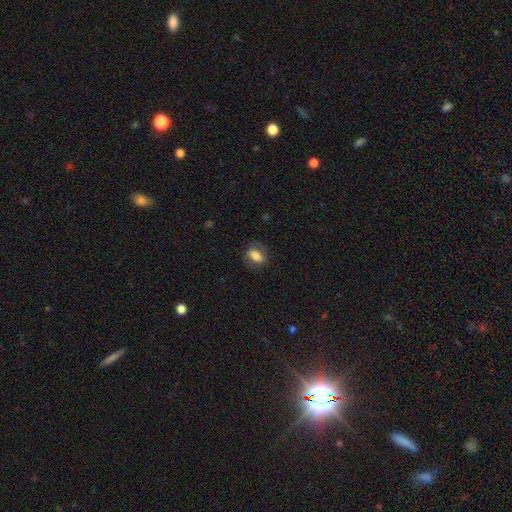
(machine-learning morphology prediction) This appears to be a smooth galaxy with no disk features (79%) that is in between round and cigar-shaped (81%). Merging: none (78%).